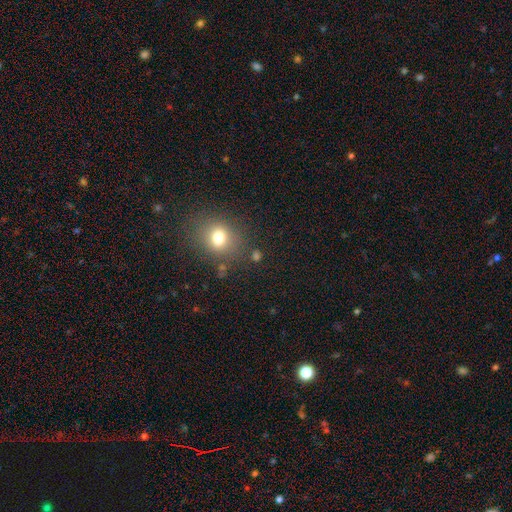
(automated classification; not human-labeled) Morphology: type=smooth (68%); roundness=round (64%); merging=none (80%).